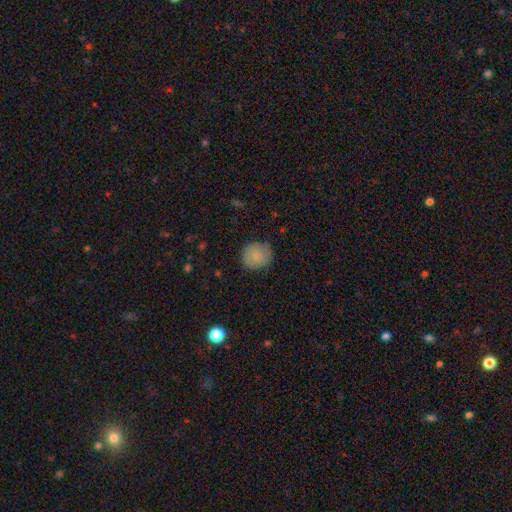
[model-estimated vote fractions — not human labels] Q: Smooth or featured?
A: smooth (83%); runner-up: featured or disk (9%)
Q: How rounded?
A: round (86%); runner-up: in between (13%)
Q: Merging?
A: none (78%); runner-up: minor disturbance (17%)